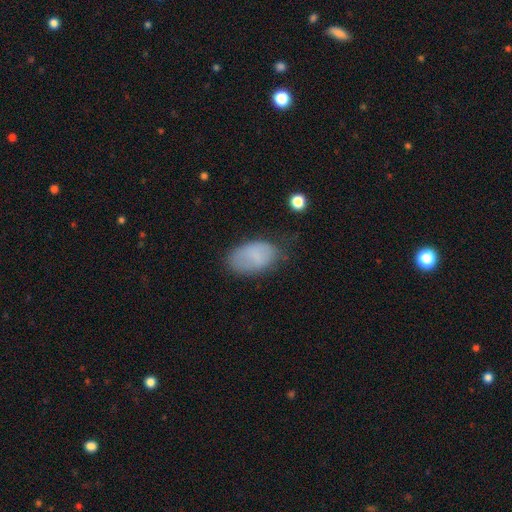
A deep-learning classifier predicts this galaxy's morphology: A smooth galaxy with no disk features (80%) that is in between round and cigar-shaped (92%). Merging: none (59%).